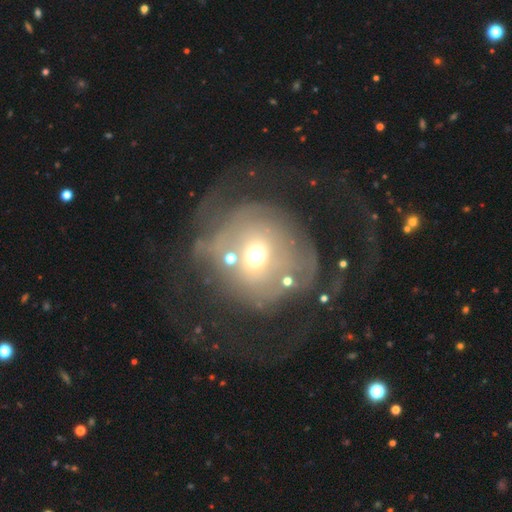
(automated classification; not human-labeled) Overall: featured or disk (48%; smooth 37%). Merging: major disturbance (38%; none 35%).